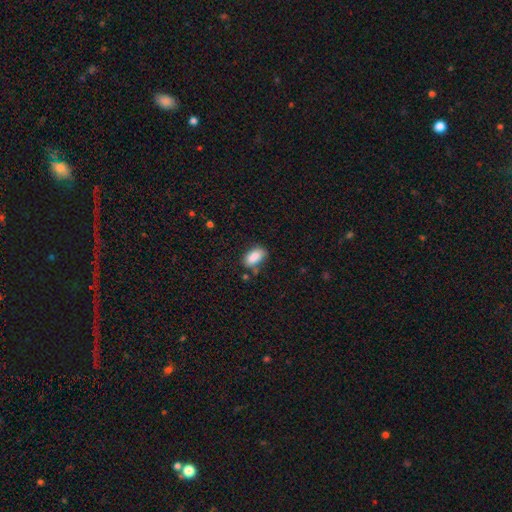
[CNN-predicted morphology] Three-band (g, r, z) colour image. It shows a smooth galaxy with no disk features (87%) that is in between round and cigar-shaped (92%). Merging: none (68%).